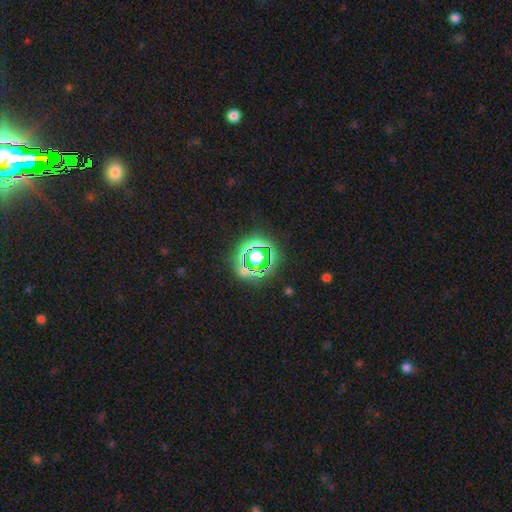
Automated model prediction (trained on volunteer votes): Smooth or featured?
  - star or artifact: 60% *
  - smooth: 26%
  - featured or disk: 14%